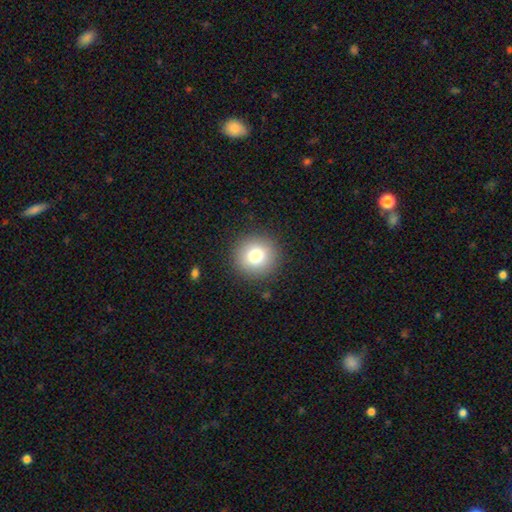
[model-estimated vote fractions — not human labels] Smooth or featured: smooth — 79% (star or artifact — 11%)
How rounded: round — 95% (in between — 4%)
Merging: none — 91% (minor disturbance — 6%)